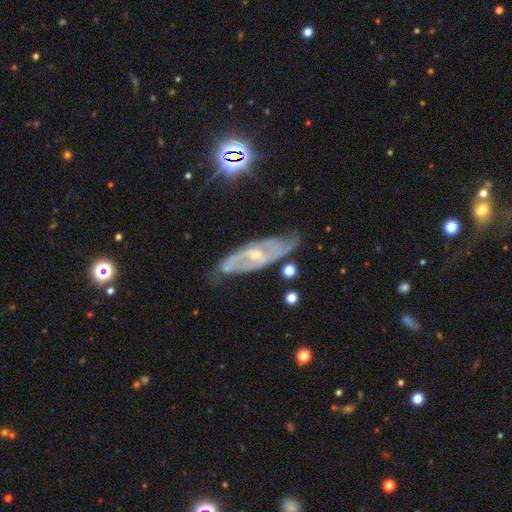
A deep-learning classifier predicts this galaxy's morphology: smooth_or_featured: featured or disk (p=0.81) [alt: smooth p=0.11]
disk_edge_on: no (p=0.81) [alt: yes p=0.19]
bar: no (p=0.44) [alt: weak p=0.40]
has_spiral_arms: yes (p=0.87) [alt: no p=0.13]
spiral_winding: tight (p=0.43) [alt: medium p=0.41]
spiral_arm_count: 2 (p=0.51) [alt: can't tell p=0.33]
bulge_size: small (p=0.66) [alt: moderate p=0.30]
merging: none (p=0.68) [alt: minor disturbance p=0.22]